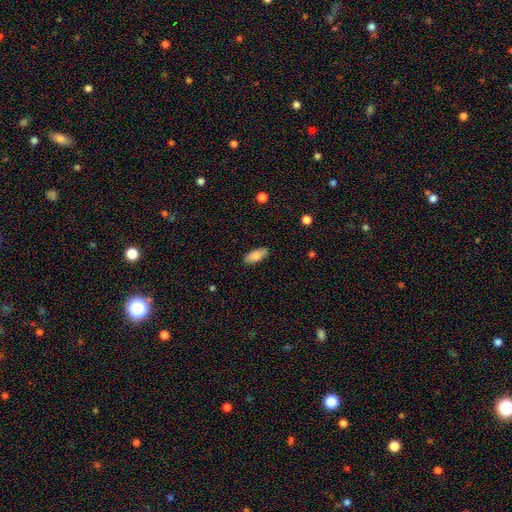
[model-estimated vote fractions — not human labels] Morphology: type=smooth (83%); roundness=in between (83%); merging=none (86%).